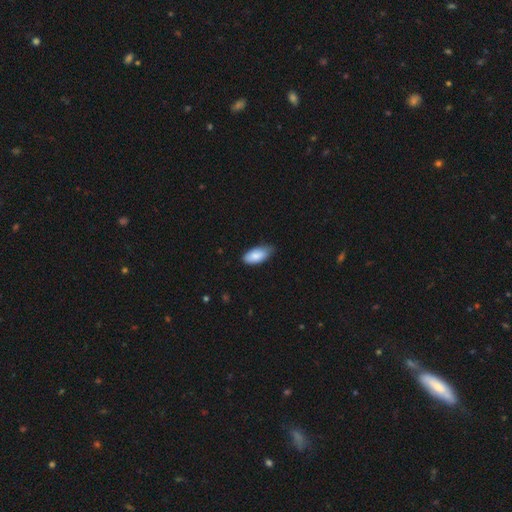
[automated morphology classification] Smooth or featured? Predicted: smooth (p=0.87). How rounded? Predicted: in between (p=0.91). Merging? Predicted: none (p=0.65).